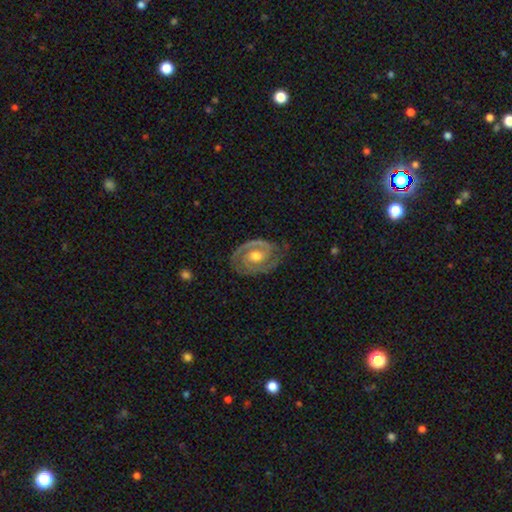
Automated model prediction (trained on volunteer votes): This appears to be a featured or disk galaxy (89%) with no bar (58%), 2 (87%) tight (61%) spiral arms (96%) and a moderate central bulge (75%). Merging: none (78%).